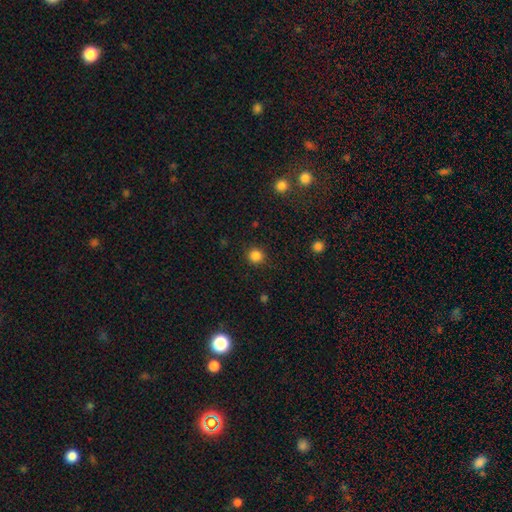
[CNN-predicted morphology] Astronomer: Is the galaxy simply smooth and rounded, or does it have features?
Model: smooth — 85%.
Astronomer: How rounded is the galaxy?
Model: round — 93%.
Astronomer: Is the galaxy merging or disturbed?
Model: none — 90%.